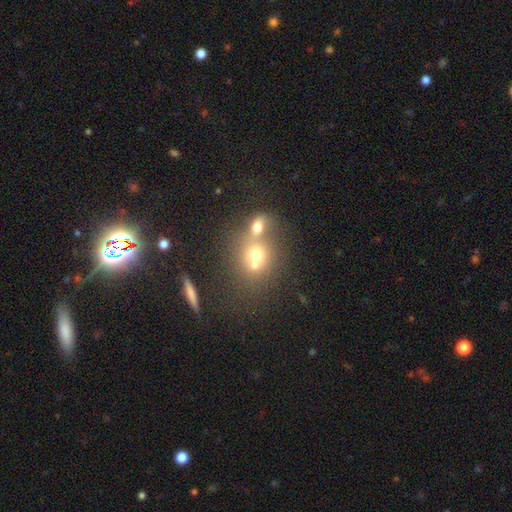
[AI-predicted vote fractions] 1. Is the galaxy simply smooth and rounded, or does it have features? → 65% smooth, 20% featured or disk, 15% star or artifact.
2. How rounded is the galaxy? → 72% round, 26% in between, 2% cigar-shaped.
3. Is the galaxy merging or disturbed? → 60% merger, 29% none, 7% minor disturbance, 4% major disturbance.